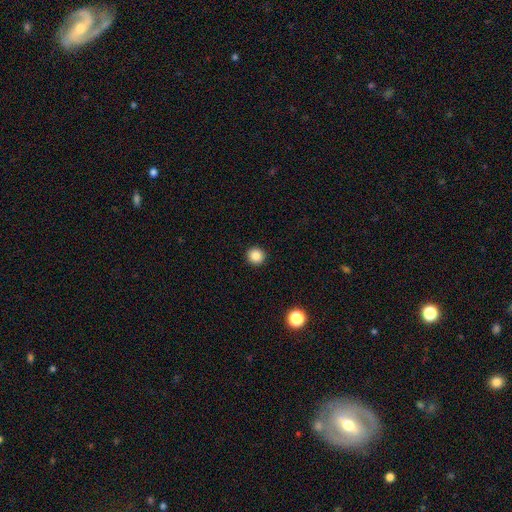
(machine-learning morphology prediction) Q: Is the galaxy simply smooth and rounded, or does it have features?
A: smooth — 86%.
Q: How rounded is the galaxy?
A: round — 95%.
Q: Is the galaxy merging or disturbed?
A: none — 94%.